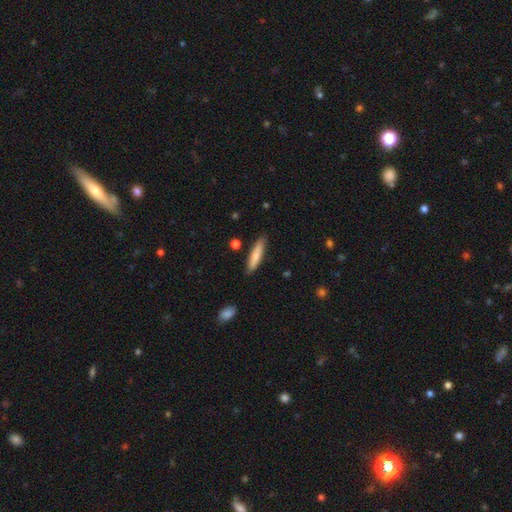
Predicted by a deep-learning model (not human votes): smooth 73%, featured or disk 21%, star or artifact 6%. Down the decision tree: how rounded — cigar-shaped (84%); merging — none (85%).